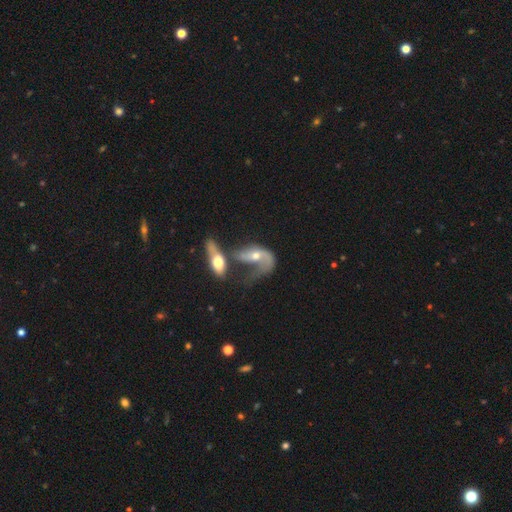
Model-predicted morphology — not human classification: A featured or disk galaxy (66%) with no bar (63%), spiral arms (74%) and a moderate central bulge (58%).

Vote fractions:
- Smooth or featured? featured or disk: 66% / smooth: 27% / star or artifact: 7%
- Edge-on disk? no: 91% / yes: 9%
- Bar? no: 63% / weak: 27% / strong: 10%
- Spiral arms? yes: 74% / no: 26%
- Bulge size? moderate: 58% / small: 32% / large: 6% / none: 3% / dominant: 1%
- Merging? merger: 59% / major disturbance: 22% / none: 12% / minor disturbance: 8%